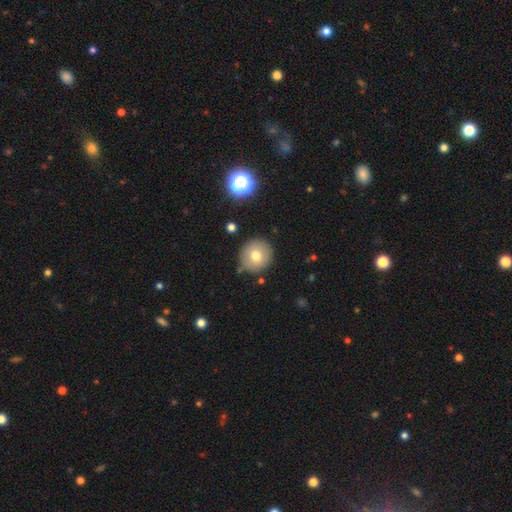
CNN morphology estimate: This appears to be a smooth galaxy with no disk features (73%) that is round (92%). Merging: none (85%).